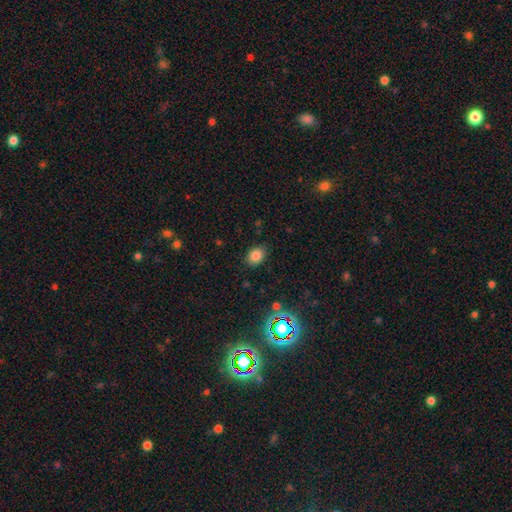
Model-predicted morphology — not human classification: The model was most divided on "how rounded": in between: 61%, round: 38%, cigar-shaped: 1%. More confident: merging — none (84%); smooth or featured — smooth (81%).